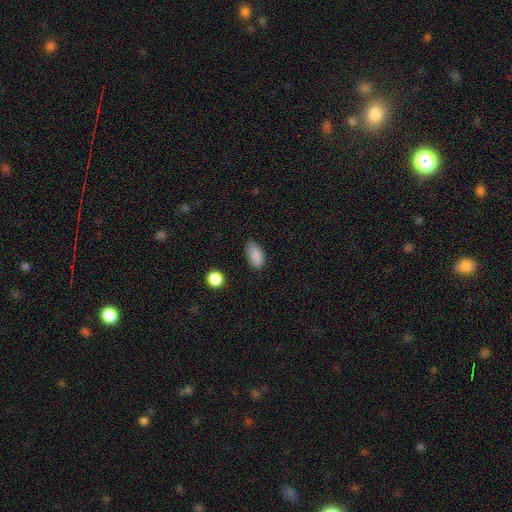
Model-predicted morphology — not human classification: A smooth galaxy with no disk features (87%) that is in between round and cigar-shaped (92%). Merging: none (72%).